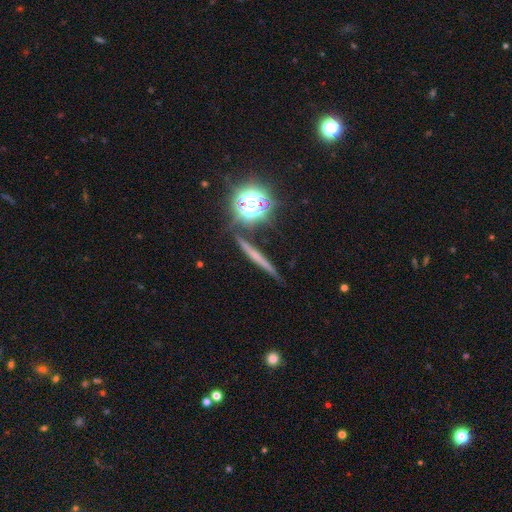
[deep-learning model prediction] A featured or disk galaxy (43%).

Vote fractions:
- Smooth or featured? featured or disk: 43% / smooth: 34% / star or artifact: 23%
- Merging? none: 84% / minor disturbance: 10% / merger: 3% / major disturbance: 3%